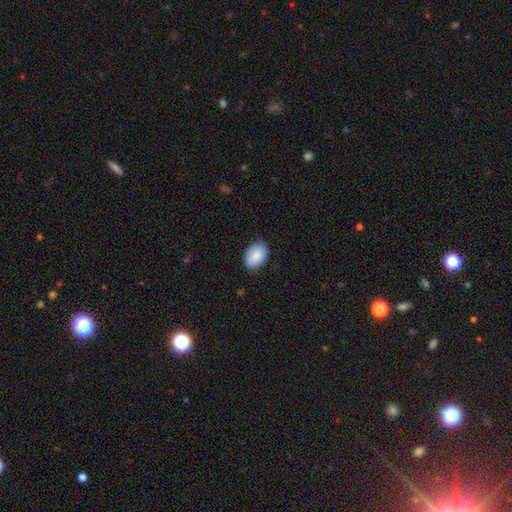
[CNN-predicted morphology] Smooth or featured: smooth — 87% (featured or disk — 7%)
How rounded: in between — 85% (round — 14%)
Merging: none — 83% (minor disturbance — 14%)